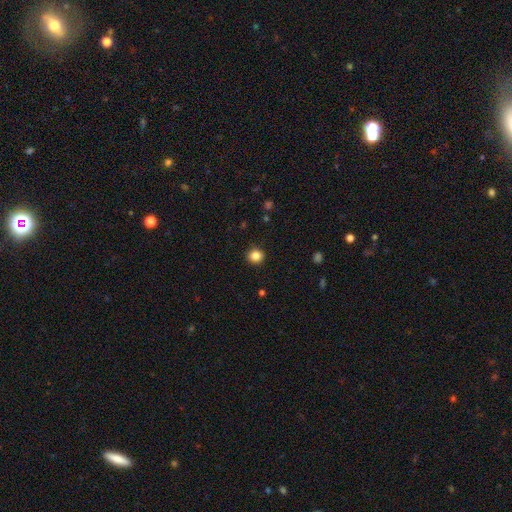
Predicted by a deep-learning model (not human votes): Smooth or featured?
  - smooth: 85% *
  - star or artifact: 11%
  - featured or disk: 4%
How rounded?
  - round: 89% *
  - in between: 10%
  - cigar-shaped: 1%
Merging?
  - none: 91% *
  - minor disturbance: 6%
  - major disturbance: 2%
  - merger: 1%